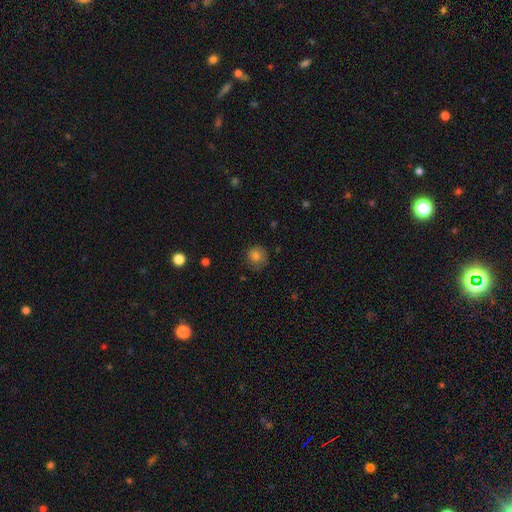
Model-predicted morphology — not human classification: A smooth galaxy with no disk features (80%) that is round (90%). Merging: none (77%).